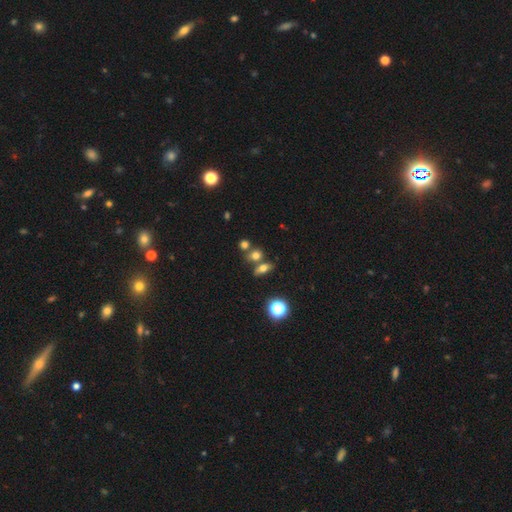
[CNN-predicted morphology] Overall: smooth (66%). How rounded: in between (48%; round 44%). Merging: none (56%; merger 30%).